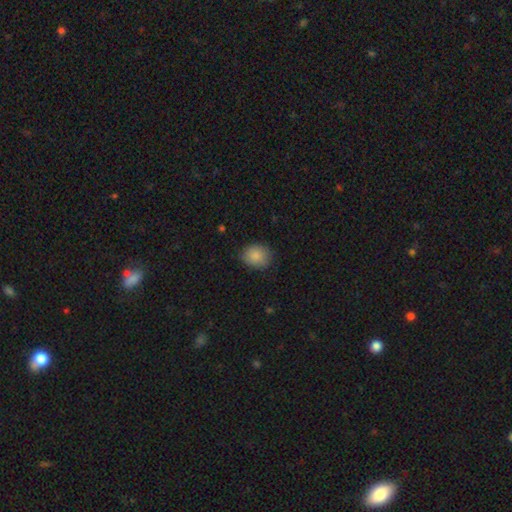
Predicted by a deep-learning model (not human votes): This appears to be a smooth galaxy with no disk features (88%) that is round (61%). Merging: none (79%).